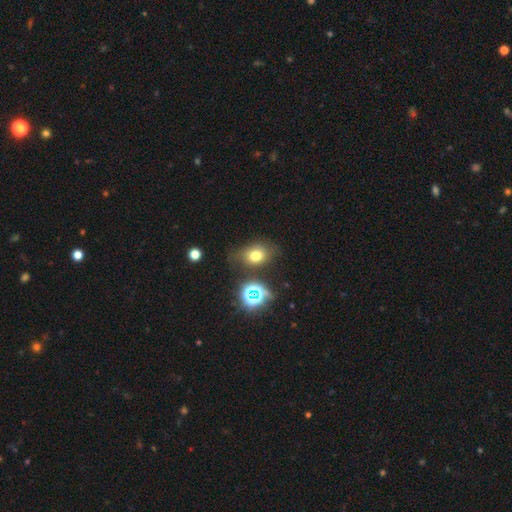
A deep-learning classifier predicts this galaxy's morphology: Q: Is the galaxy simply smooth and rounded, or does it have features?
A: smooth — 66%.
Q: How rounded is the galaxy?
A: in between — 58%.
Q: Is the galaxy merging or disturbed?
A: none — 68%.